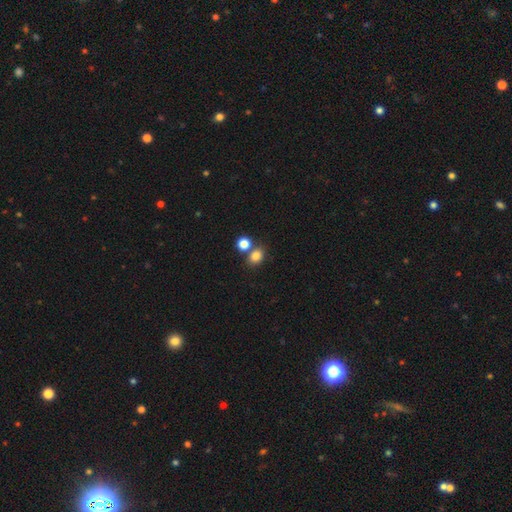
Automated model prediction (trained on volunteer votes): Smooth or featured?
  - smooth: 82% *
  - star or artifact: 12%
  - featured or disk: 6%
How rounded?
  - round: 54% *
  - in between: 45%
  - cigar-shaped: 1%
Merging?
  - none: 59% *
  - merger: 29%
  - minor disturbance: 9%
  - major disturbance: 3%